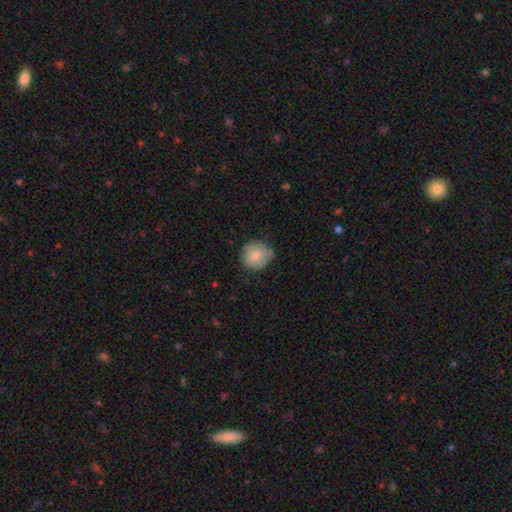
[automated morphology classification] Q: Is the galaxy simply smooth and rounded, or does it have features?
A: smooth — 77%.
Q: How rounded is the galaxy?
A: round — 90%.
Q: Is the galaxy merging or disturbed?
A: none — 67%.